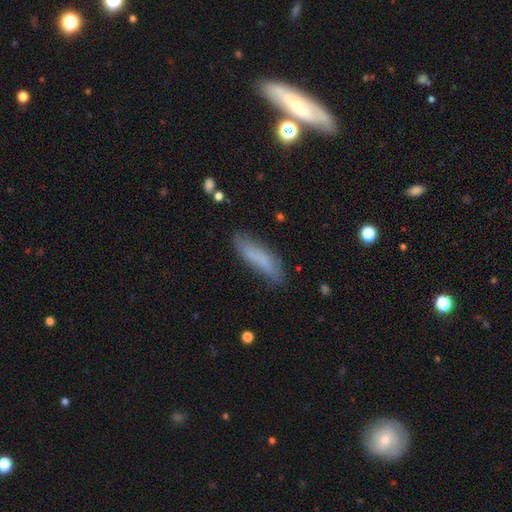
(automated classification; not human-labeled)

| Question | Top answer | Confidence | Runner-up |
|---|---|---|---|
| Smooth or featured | smooth | 72% | featured or disk (19%) |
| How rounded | cigar-shaped | 59% | in between (39%) |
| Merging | none | 72% | minor disturbance (20%) |